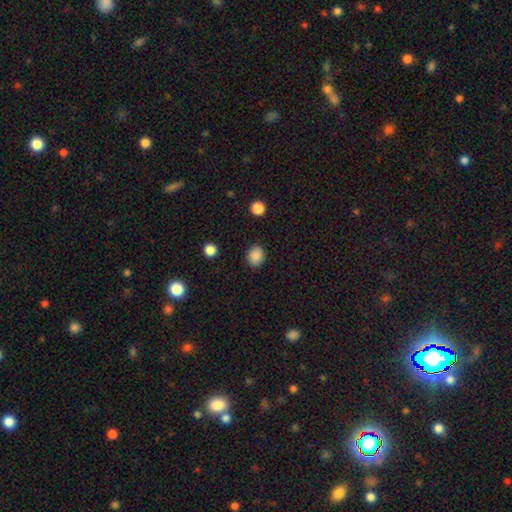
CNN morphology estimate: Smooth or featured? Predicted: smooth (p=0.86). How rounded? Predicted: round (p=0.62). Merging? Predicted: none (p=0.85).